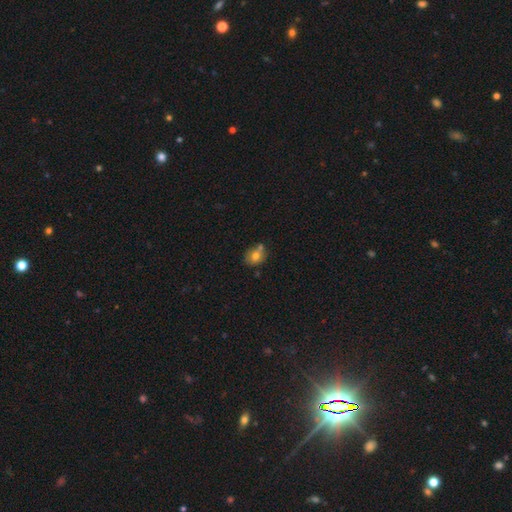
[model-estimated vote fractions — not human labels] Morphology: type=smooth (73%); roundness=round (55%); merging=none (51%).